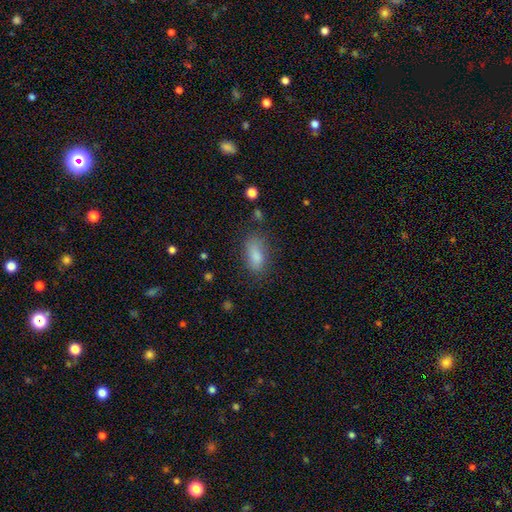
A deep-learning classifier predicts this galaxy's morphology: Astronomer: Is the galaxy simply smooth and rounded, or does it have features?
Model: smooth — 80%.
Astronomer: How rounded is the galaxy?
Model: in between — 85%.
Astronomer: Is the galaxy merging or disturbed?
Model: none — 75%.